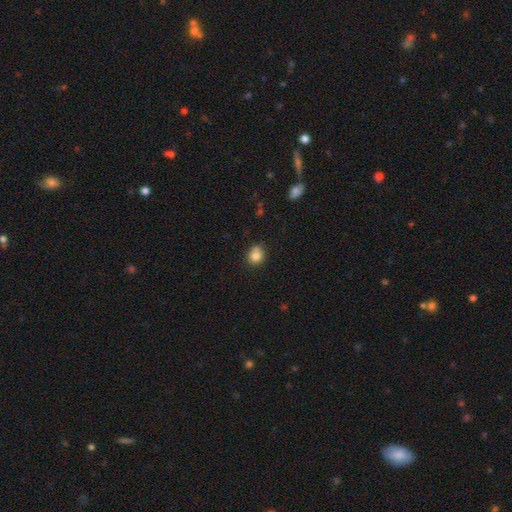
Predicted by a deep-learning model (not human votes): smooth 81%, star or artifact 10%, featured or disk 8%. Down the decision tree: how rounded — round (74%); merging — none (63%).